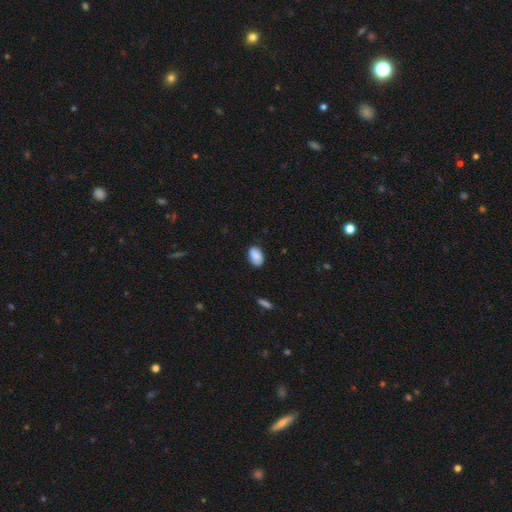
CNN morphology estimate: smooth-or-featured: smooth: 87% | star or artifact: 7% | featured or disk: 7%
  how-rounded: in between: 91% | round: 8% | cigar-shaped: 1%
  merging: none: 84% | minor disturbance: 13% | major disturbance: 2% | merger: 1%